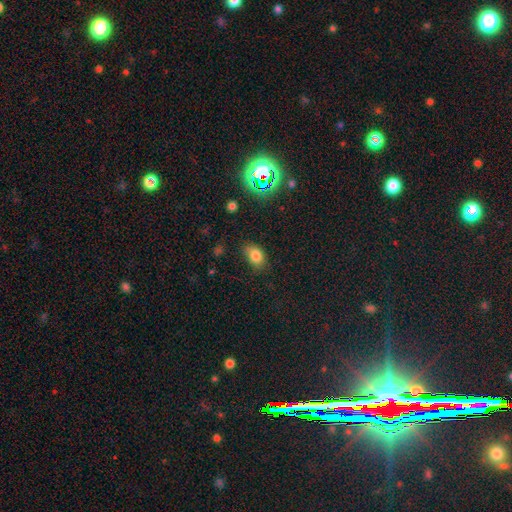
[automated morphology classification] type=smooth (79%); roundness=in between (81%); merging=none (72%).